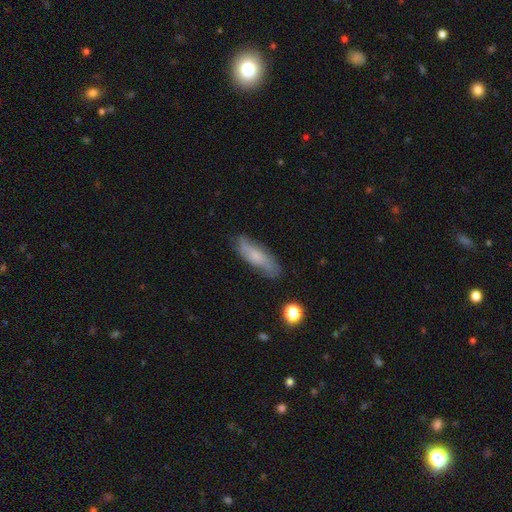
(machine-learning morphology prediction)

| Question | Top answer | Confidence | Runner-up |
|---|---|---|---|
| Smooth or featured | smooth | 60% | featured or disk (32%) |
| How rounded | in between | 50% | cigar-shaped (48%) |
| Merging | none | 74% | minor disturbance (20%) |